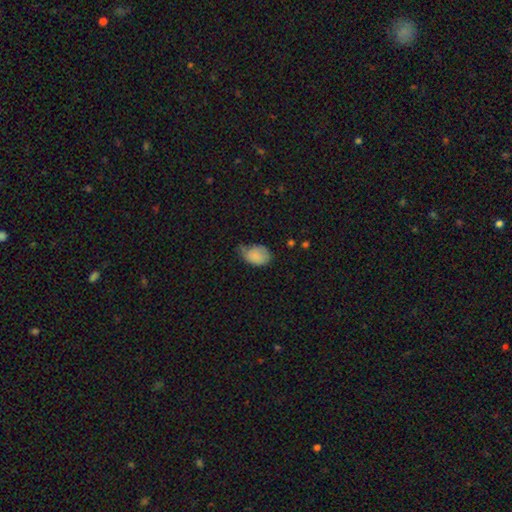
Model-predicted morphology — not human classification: smooth 82%, featured or disk 10%, star or artifact 8%. Down the decision tree: how rounded — in between (79%); merging — minor disturbance (48%).